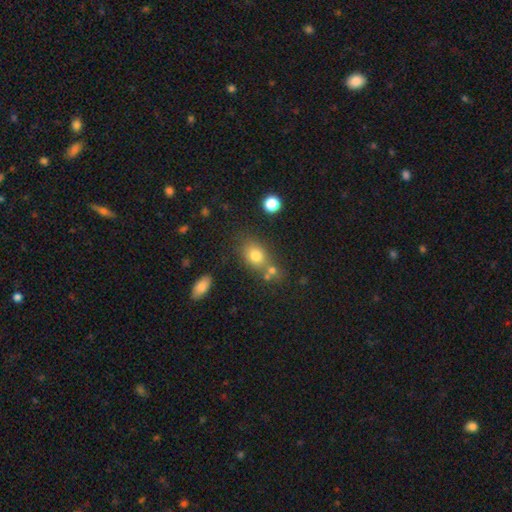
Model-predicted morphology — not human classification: Smooth or featured: smooth — 76% (star or artifact — 12%)
How rounded: in between — 63% (round — 35%)
Merging: none — 57% (merger — 23%)